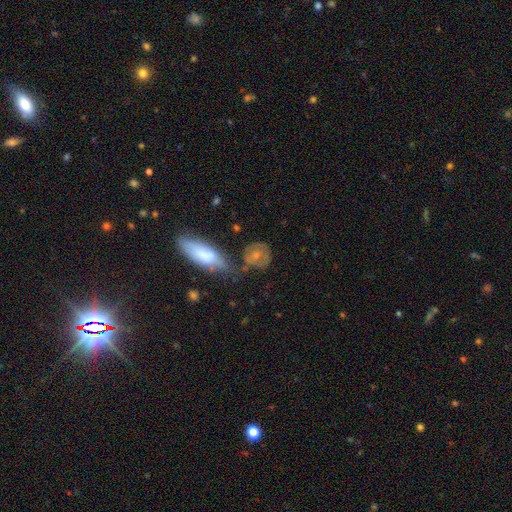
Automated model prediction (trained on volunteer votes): This is possibly a smooth galaxy (55%). How rounded: likely round (67%). Merging: possibly none (53%).